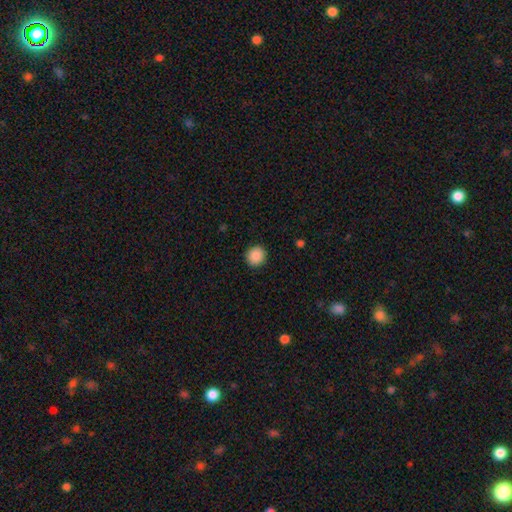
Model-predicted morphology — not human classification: smooth_or_featured: smooth (p=0.89) [alt: star or artifact p=0.08]
how_rounded: round (p=0.90) [alt: in between p=0.09]
merging: none (p=0.92) [alt: minor disturbance p=0.05]